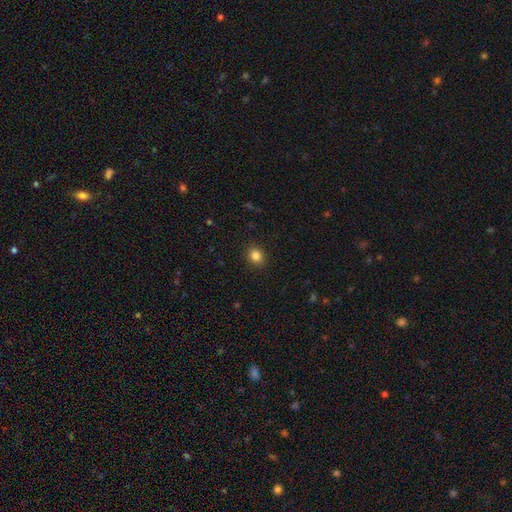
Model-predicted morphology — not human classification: This is clearly a smooth galaxy (84%). How rounded: likely round (70%). Merging: clearly none (91%).